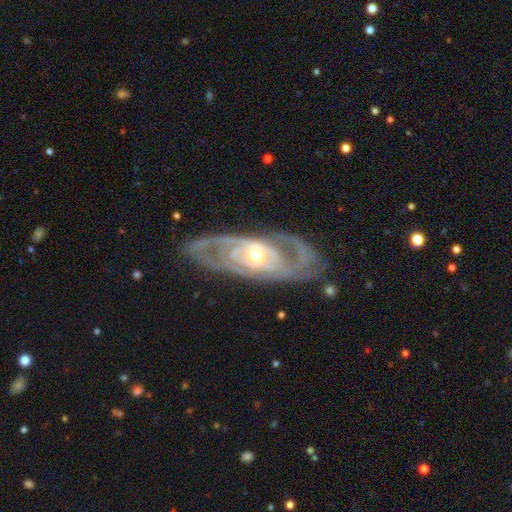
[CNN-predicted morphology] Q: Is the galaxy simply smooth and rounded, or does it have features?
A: featured or disk — 88%.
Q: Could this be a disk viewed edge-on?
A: no — 90%.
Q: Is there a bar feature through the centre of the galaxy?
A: no — 63%.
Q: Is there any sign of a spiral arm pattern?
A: yes — 89%.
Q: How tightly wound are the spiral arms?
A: tight — 64%.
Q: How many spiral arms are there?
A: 2 — 50%.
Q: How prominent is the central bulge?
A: moderate — 57%.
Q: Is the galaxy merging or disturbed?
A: none — 77%.